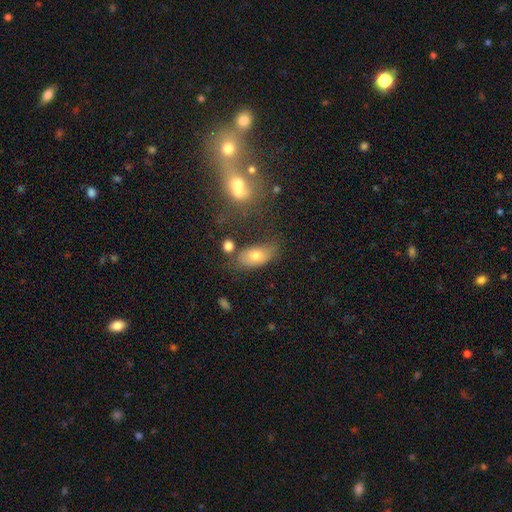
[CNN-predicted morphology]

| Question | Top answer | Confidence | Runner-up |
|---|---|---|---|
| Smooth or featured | smooth | 72% | featured or disk (18%) |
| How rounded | in between | 89% | round (8%) |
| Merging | none | 61% | minor disturbance (19%) |